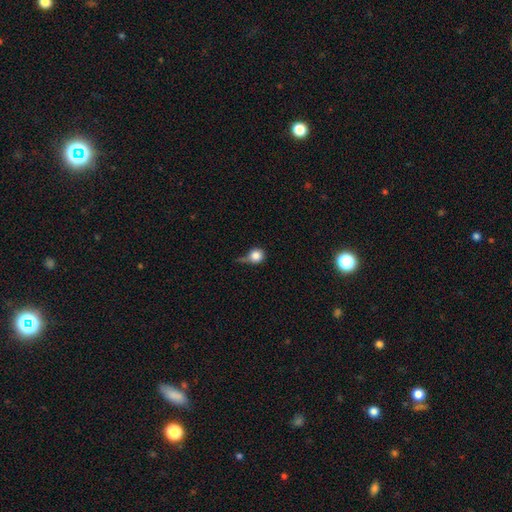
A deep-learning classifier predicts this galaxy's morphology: Q: Smooth or featured?
A: smooth (81%); runner-up: star or artifact (10%)
Q: How rounded?
A: round (86%); runner-up: in between (13%)
Q: Merging?
A: none (39%); runner-up: minor disturbance (31%)